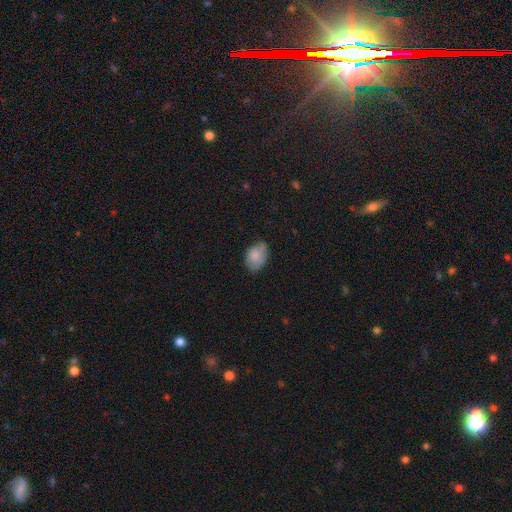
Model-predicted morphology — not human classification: Smooth or featured?
  - smooth: 80% *
  - featured or disk: 12%
  - star or artifact: 7%
How rounded?
  - in between: 87% *
  - round: 12%
  - cigar-shaped: 1%
Merging?
  - none: 59% *
  - minor disturbance: 33%
  - major disturbance: 7%
  - merger: 1%